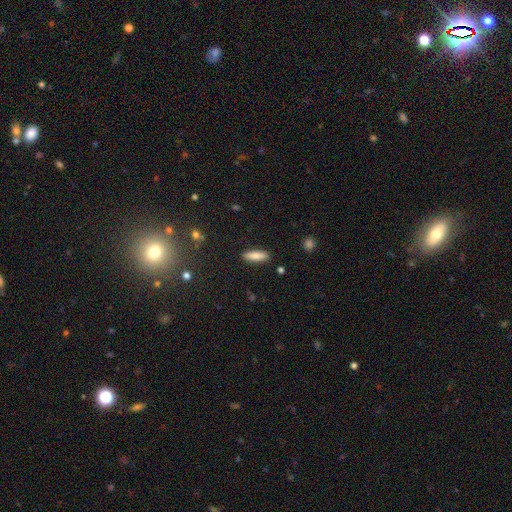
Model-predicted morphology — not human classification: Smooth or featured: smooth — 81% (featured or disk — 12%)
How rounded: cigar-shaped — 53% (in between — 45%)
Merging: none — 89% (minor disturbance — 8%)